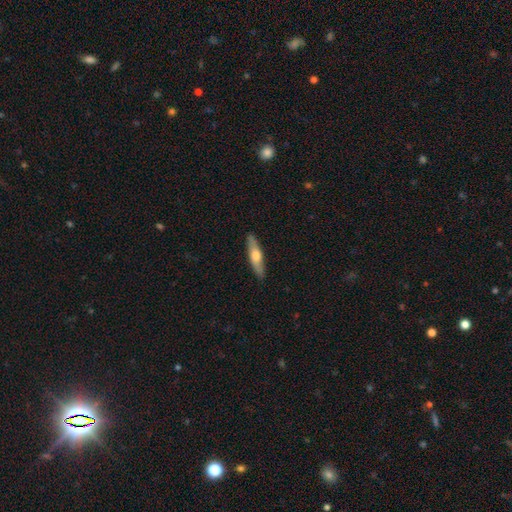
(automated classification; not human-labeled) Morphology: type=smooth (50%); merging=none (89%).